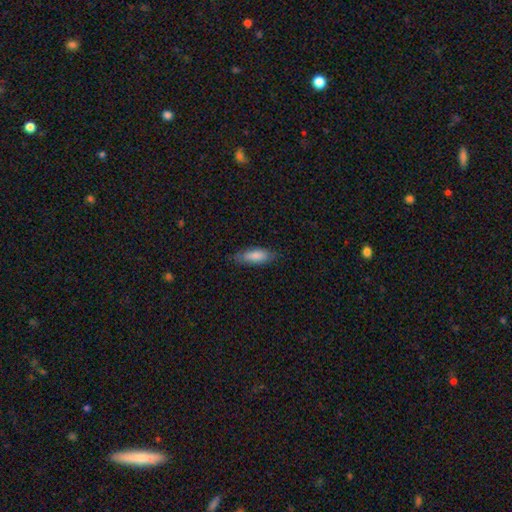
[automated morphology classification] The model was most divided on "how rounded": in between: 63%, cigar-shaped: 35%, round: 2%. More confident: smooth or featured — smooth (84%); merging — none (77%).